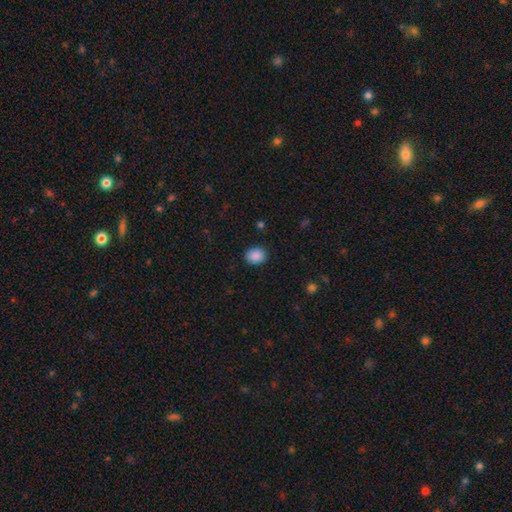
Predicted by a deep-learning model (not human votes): Smooth or featured: smooth — 88% (star or artifact — 9%)
How rounded: round — 53% (in between — 46%)
Merging: none — 89% (minor disturbance — 8%)